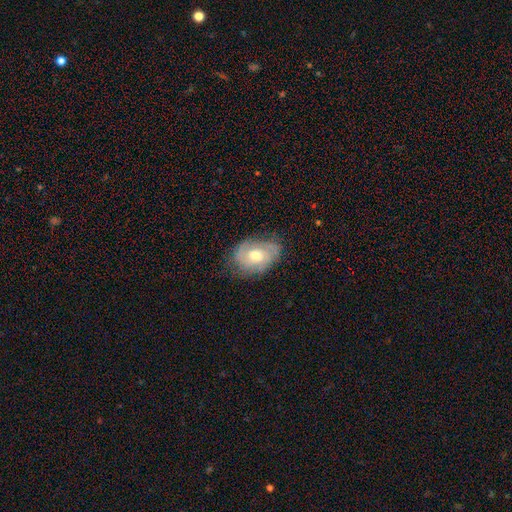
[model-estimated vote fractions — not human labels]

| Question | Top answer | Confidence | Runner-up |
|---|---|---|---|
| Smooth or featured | featured or disk | 68% | smooth (25%) |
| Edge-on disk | no | 96% | yes (4%) |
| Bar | no | 65% | weak (29%) |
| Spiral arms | yes | 84% | no (16%) |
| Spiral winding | tight | 54% | medium (35%) |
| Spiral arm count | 2 | 43% | can't tell (33%) |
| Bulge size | moderate | 71% | small (22%) |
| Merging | none | 68% | minor disturbance (23%) |